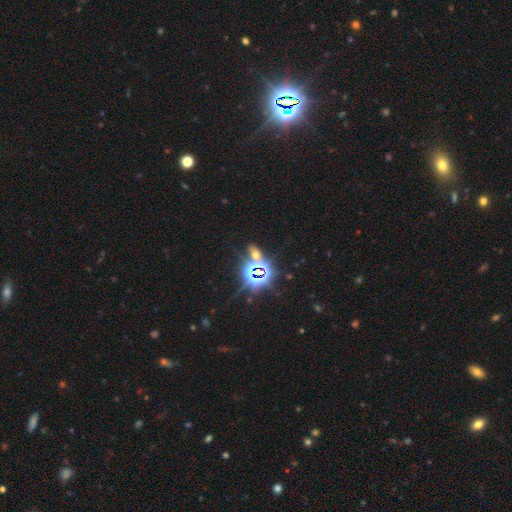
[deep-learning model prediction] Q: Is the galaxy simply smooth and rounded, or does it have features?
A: star or artifact — 65%.